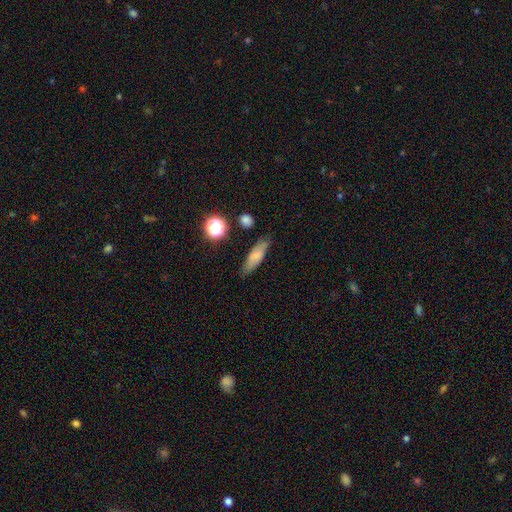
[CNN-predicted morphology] smooth-or-featured: smooth: 69% | featured or disk: 22% | star or artifact: 9%
  how-rounded: in between: 49% | cigar-shaped: 46% | round: 4%
  merging: none: 74% | minor disturbance: 19% | major disturbance: 4% | merger: 3%